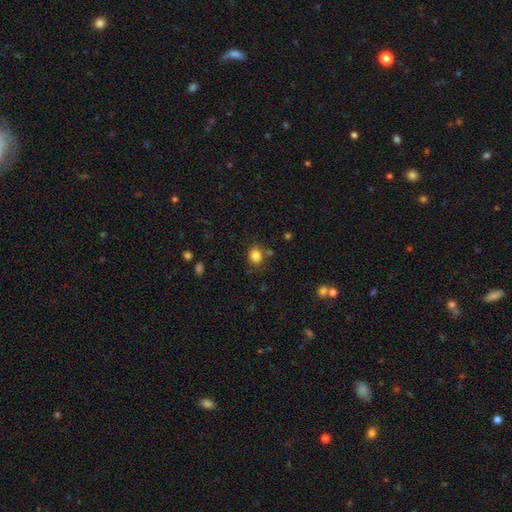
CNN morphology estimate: smooth 82%, star or artifact 12%, featured or disk 6%. Down the decision tree: how rounded — round (73%); merging — none (77%).